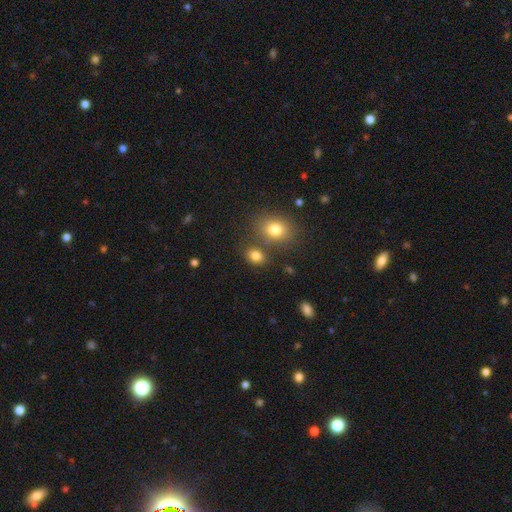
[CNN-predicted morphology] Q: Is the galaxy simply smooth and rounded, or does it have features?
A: smooth — 81%.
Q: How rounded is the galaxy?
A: in between — 62%.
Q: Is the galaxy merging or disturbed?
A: none — 69%.